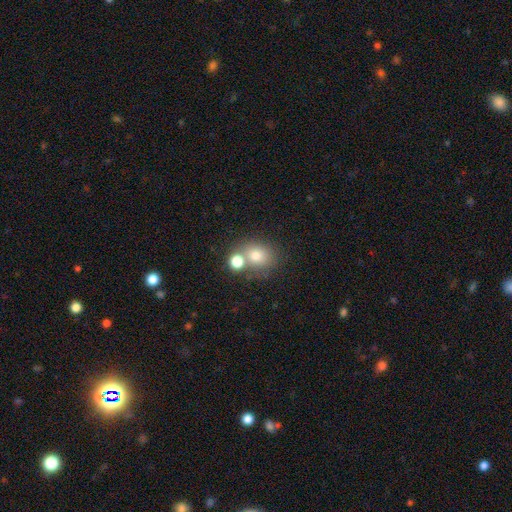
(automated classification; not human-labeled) Q: Smooth or featured?
A: smooth (75%); runner-up: star or artifact (13%)
Q: How rounded?
A: round (69%); runner-up: in between (30%)
Q: Merging?
A: none (52%); runner-up: merger (34%)